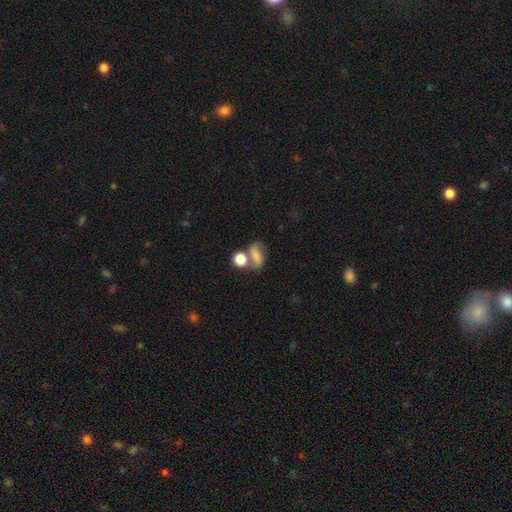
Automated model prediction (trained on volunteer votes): A smooth galaxy with no disk features (63%) that is in between round and cigar-shaped (63%).

Vote fractions:
- Smooth or featured? smooth: 63% / featured or disk: 24% / star or artifact: 13%
- How rounded? in between: 63% / round: 32% / cigar-shaped: 5%
- Merging? merger: 40% / none: 35% / minor disturbance: 15% / major disturbance: 10%